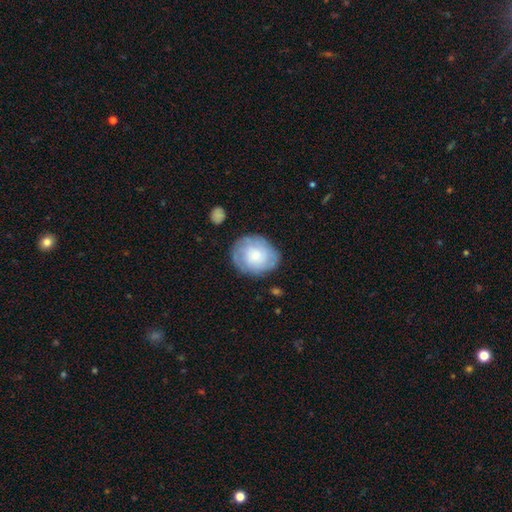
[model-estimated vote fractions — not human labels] This is possibly a smooth galaxy (55%). How rounded: likely round (68%). Merging: likely none (75%).